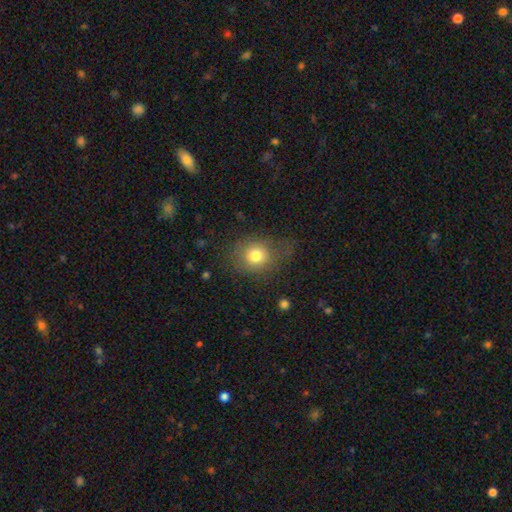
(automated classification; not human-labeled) This appears to be a smooth galaxy with no disk features (77%) that is round (72%). Merging: none (65%).